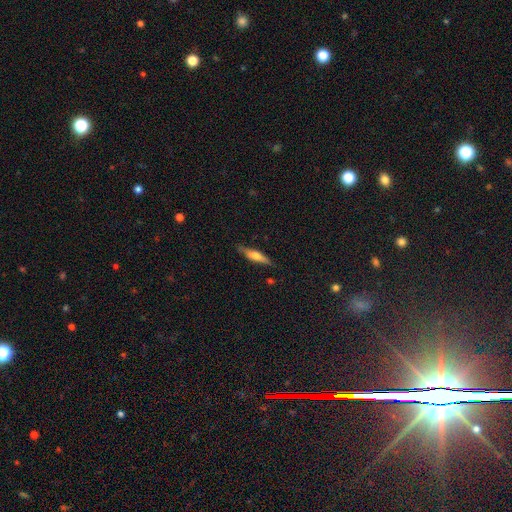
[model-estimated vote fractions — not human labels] A featured or disk galaxy (54%) viewed edge-on (93%) with a rounded central bulge (84%). Merging: none (84%).